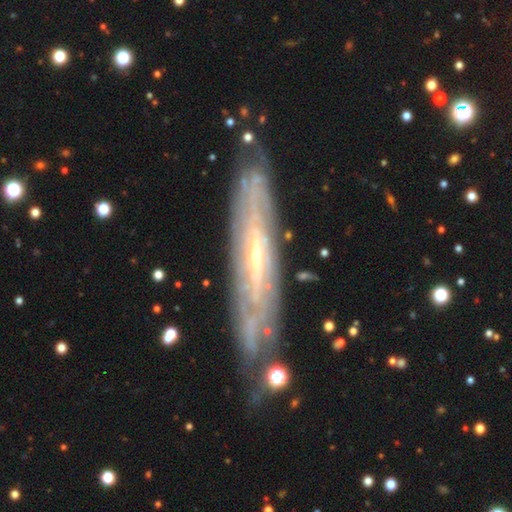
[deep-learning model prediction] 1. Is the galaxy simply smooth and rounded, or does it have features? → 79% featured or disk, 14% smooth, 7% star or artifact.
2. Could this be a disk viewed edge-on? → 50% no (tied), 50% yes (tied).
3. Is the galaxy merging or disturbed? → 81% none, 14% minor disturbance, 3% major disturbance, 2% merger.